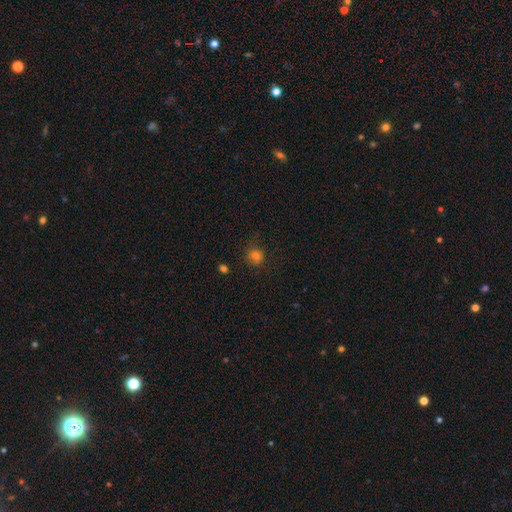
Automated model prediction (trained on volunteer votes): This is likely a smooth galaxy (75%). How rounded: clearly round (81%). Merging: likely none (74%).